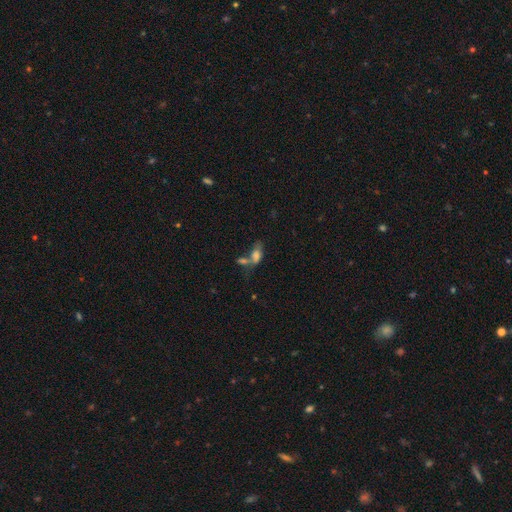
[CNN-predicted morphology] Overall: smooth (64%). How rounded: in between (81%). Merging: merger (52%; none 23%).